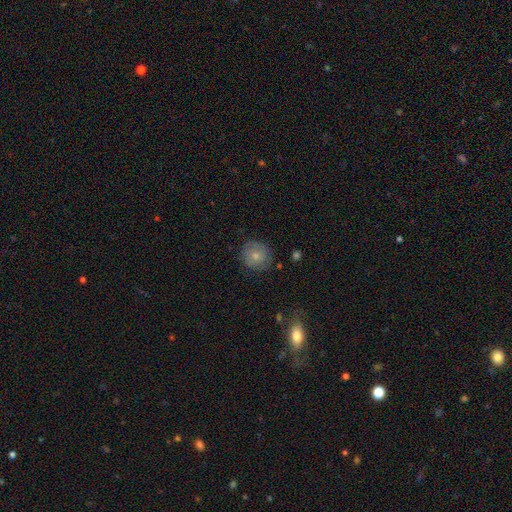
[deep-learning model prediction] Morphology: type=smooth (69%); roundness=round (90%); merging=none (81%).